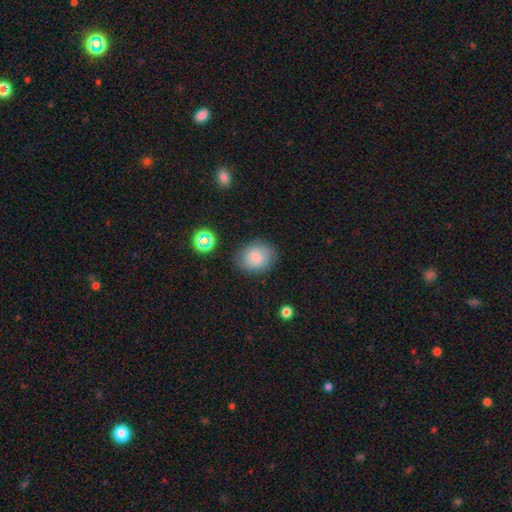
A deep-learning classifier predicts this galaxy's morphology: Overall: smooth (79%). How rounded: round (55%; in between 44%). Merging: none (77%).